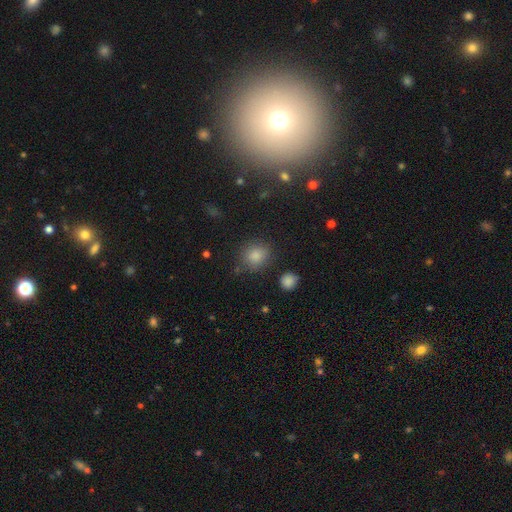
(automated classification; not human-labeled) smooth_or_featured: smooth (p=0.83) [alt: star or artifact p=0.12]
how_rounded: round (p=0.81) [alt: in between p=0.18]
merging: none (p=0.79) [alt: minor disturbance p=0.12]